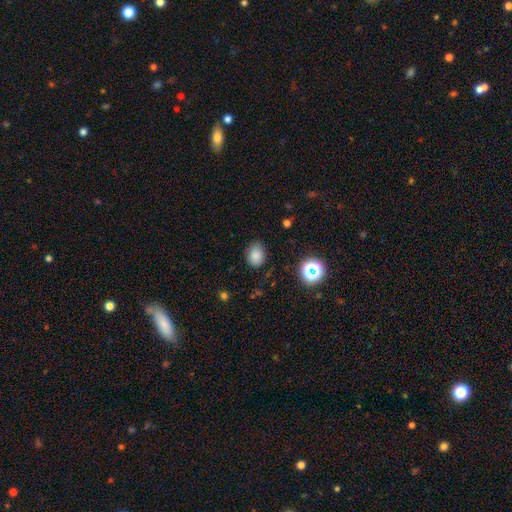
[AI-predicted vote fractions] Overall: smooth (81%). How rounded: in between (64%; round 35%). Merging: none (77%).